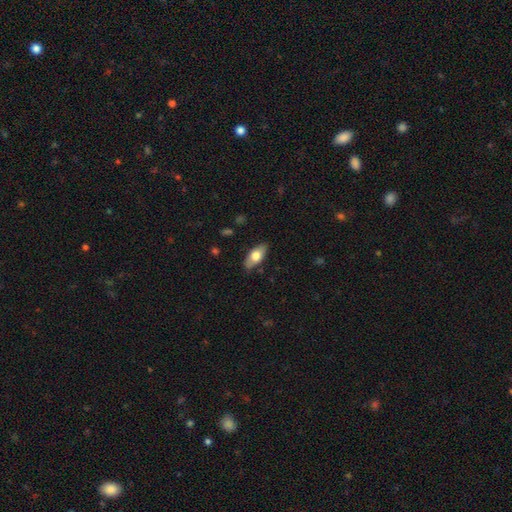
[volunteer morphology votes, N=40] A smooth galaxy with no disk features (68%) that is in between round and cigar-shaped (93%). Merging: none (85%).